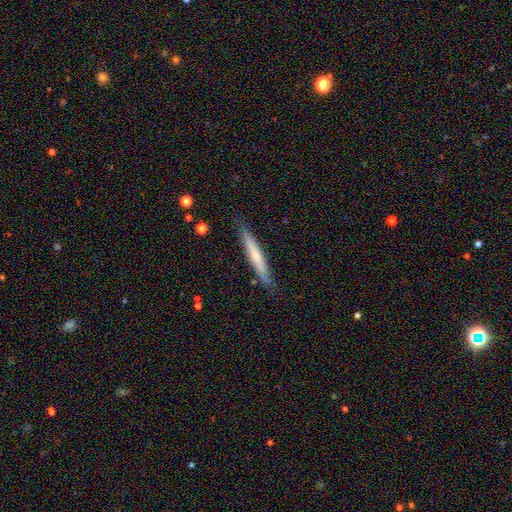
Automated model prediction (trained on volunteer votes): Overall: smooth (56%; featured or disk 38%). How rounded: cigar-shaped (95%). Merging: none (86%).